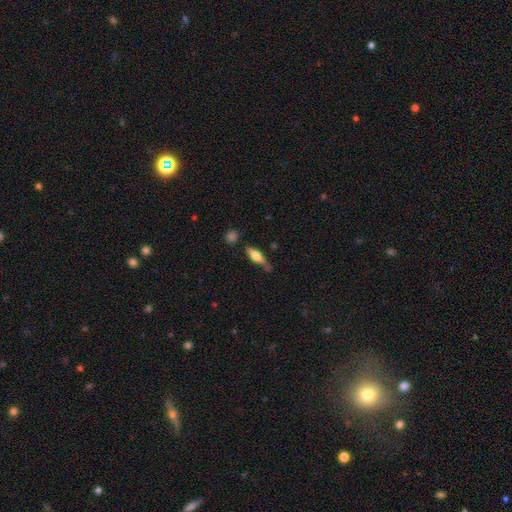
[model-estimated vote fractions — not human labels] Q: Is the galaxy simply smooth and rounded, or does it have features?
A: smooth — 58%.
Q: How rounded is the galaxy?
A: in between — 53%.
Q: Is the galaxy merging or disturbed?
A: none — 63%.